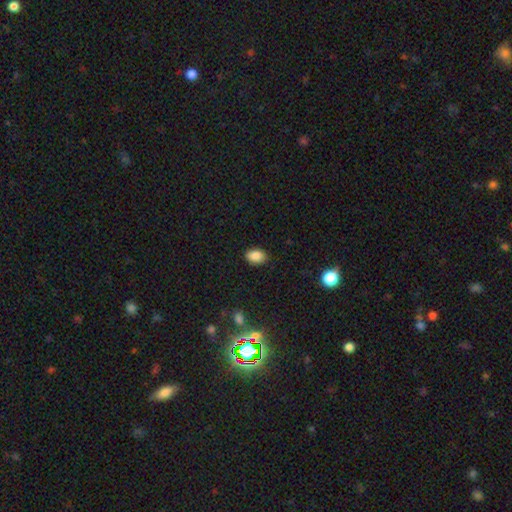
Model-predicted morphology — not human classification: type=smooth (86%); roundness=in between (86%); merging=none (87%).